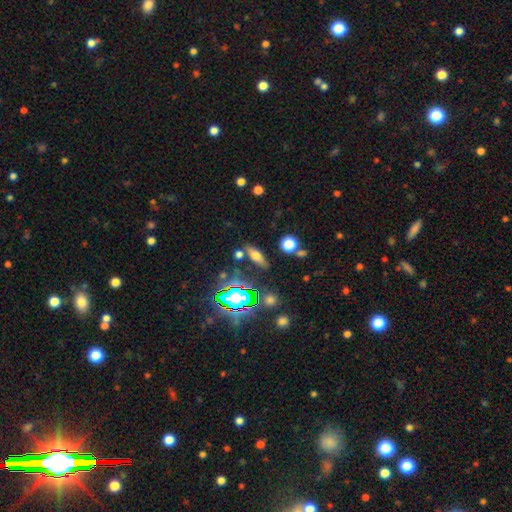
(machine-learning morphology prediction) smooth_or_featured: smooth (p=0.54) [alt: featured or disk p=0.26]
how_rounded: in between (p=0.57) [alt: cigar-shaped p=0.34]
merging: none (p=0.77) [alt: minor disturbance p=0.12]